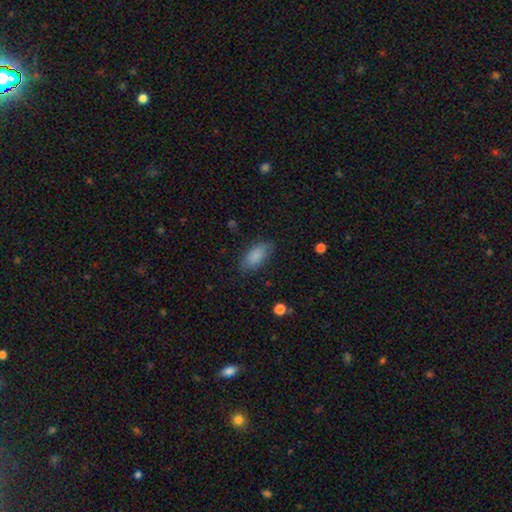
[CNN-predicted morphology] smooth-or-featured: smooth: 86% | star or artifact: 7% | featured or disk: 6%
  how-rounded: in between: 88% | cigar-shaped: 9% | round: 3%
  merging: none: 79% | minor disturbance: 16% | major disturbance: 4% | merger: 1%